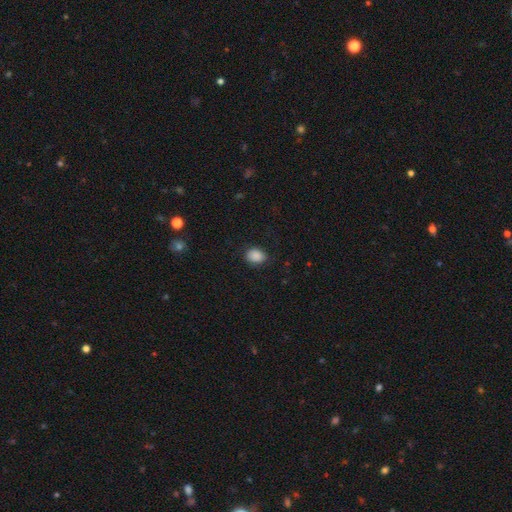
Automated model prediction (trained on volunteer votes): Morphology: type=smooth (88%); roundness=in between (69%); merging=none (79%).